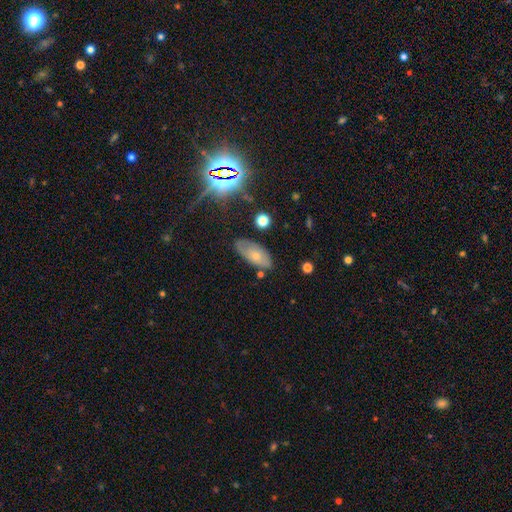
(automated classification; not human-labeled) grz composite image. It shows a smooth galaxy with no disk features (63%) that is in between round and cigar-shaped (90%). Merging: none (66%).